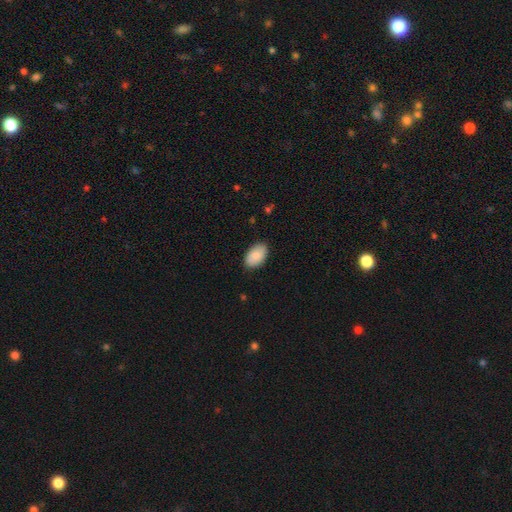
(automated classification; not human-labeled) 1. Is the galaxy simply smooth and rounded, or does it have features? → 87% smooth, 7% featured or disk, 6% star or artifact.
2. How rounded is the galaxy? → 93% in between, 6% round, 1% cigar-shaped.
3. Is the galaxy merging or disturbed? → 87% none, 10% minor disturbance, 2% major disturbance, 1% merger.